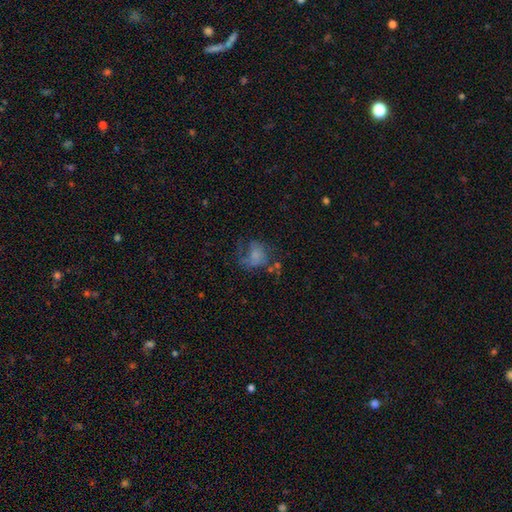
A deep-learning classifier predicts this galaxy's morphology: The model was most divided on "smooth or featured": featured or disk: 44%, smooth: 41%, star or artifact: 15%. Remaining: merging — major disturbance (43%).